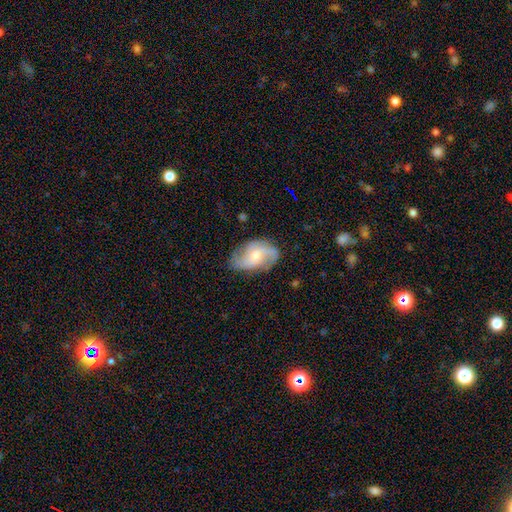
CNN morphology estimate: Overall: featured or disk (75%). Edge-on disk: no (97%). Bar: no (55%; weak 38%). Spiral arms: yes (94%). Spiral arm count: 2 (56%; 3 21%). Spiral winding: medium (45%; loose 37%). Bulge size: moderate (49%; small 45%). Merging: none (71%).